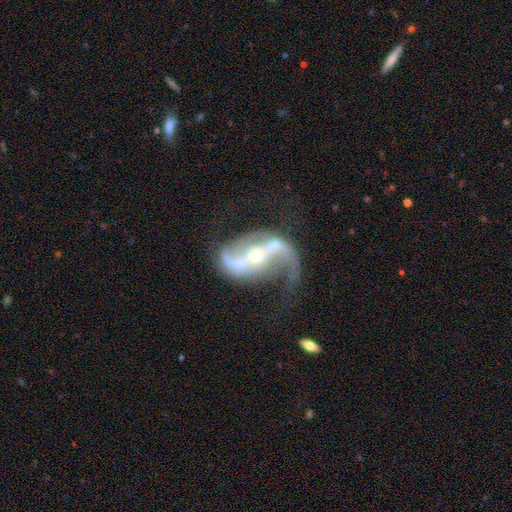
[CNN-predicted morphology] Smooth or featured?
  - featured or disk: 91% *
  - star or artifact: 5%
  - smooth: 4%
Edge-on disk?
  - no: 97% *
  - yes: 3%
Bar?
  - strong: 58% *
  - weak: 22%
  - no: 20%
Spiral arms?
  - yes: 96% *
  - no: 4%
Spiral winding?
  - loose: 63% *
  - medium: 30%
  - tight: 7%
Spiral arm count?
  - 2: 91% *
  - 1: 4%
  - can't tell: 2%
  - 3: 1%
  - 4: 1%
  - more than 4: 1%
Bulge size?
  - small: 61% *
  - moderate: 35%
  - large: 2%
  - dominant: 1%
  - none: 1%
Merging?
  - none: 57% *
  - major disturbance: 19%
  - minor disturbance: 18%
  - merger: 6%